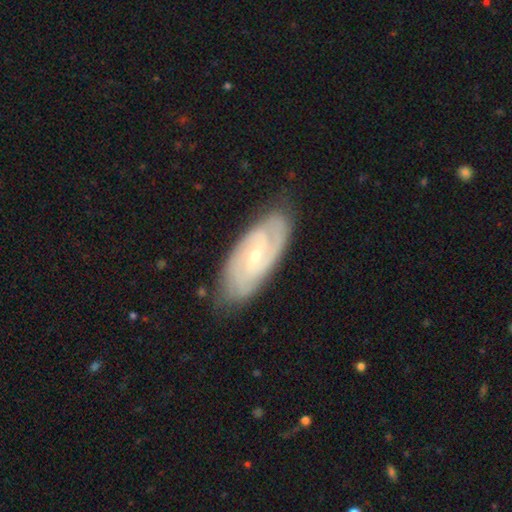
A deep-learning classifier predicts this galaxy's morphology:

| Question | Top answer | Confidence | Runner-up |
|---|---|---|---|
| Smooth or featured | featured or disk | 86% | smooth (9%) |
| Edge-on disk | no | 94% | yes (6%) |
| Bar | weak | 44% | tied: no (44%) |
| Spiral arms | yes | 97% | no (3%) |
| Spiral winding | tight | 62% | medium (32%) |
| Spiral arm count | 2 | 59% | 3 (16%) |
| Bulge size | small | 80% | moderate (16%) |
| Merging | none | 81% | minor disturbance (15%) |